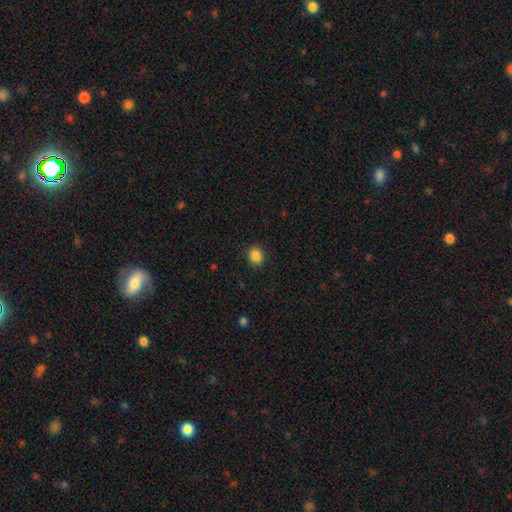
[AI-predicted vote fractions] Smooth or featured? Predicted: smooth (p=0.86). How rounded? Predicted: round (p=0.67). Merging? Predicted: none (p=0.89).